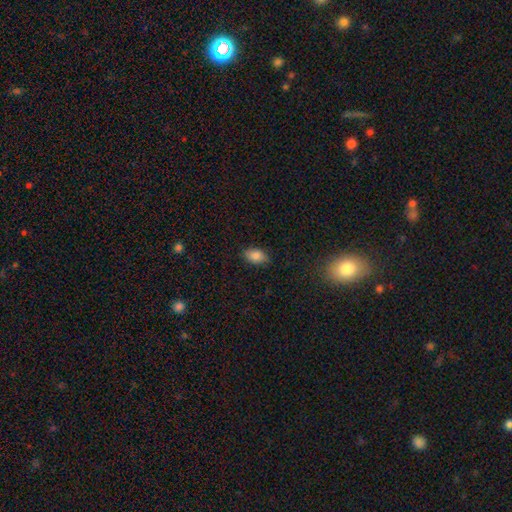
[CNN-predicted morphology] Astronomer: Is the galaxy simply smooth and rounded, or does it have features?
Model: smooth — 85%.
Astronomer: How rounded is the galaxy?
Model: in between — 89%.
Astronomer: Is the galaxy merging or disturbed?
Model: none — 83%.